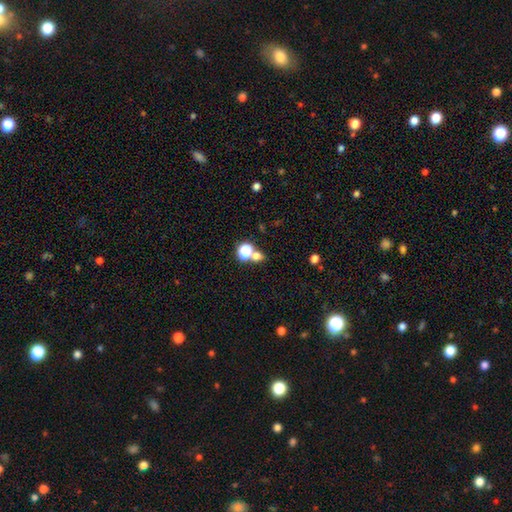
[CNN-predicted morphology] This is likely a smooth galaxy (66%). How rounded: likely round (63%). Merging: possibly none (52%).